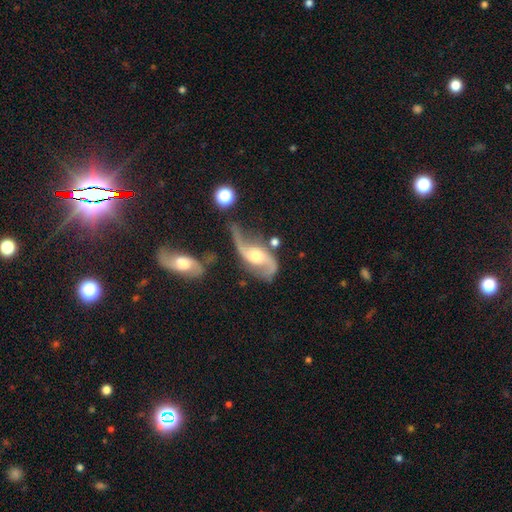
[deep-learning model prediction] Morphology: type=featured or disk (88%); edge-on=no (96%); bar=no (55%); spiral arms=yes (96%); winding=loose (70%); arm count=2 (91%); bulge=moderate (67%); merging=none (48%).